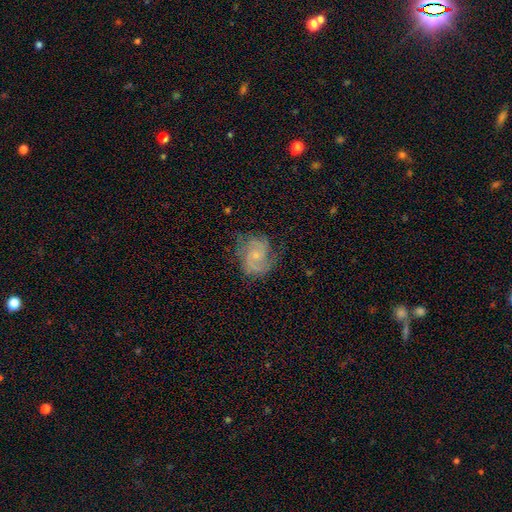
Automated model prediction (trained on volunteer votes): Q: Smooth or featured?
A: featured or disk (80%); runner-up: smooth (13%)
Q: Edge-on disk?
A: no (98%); runner-up: yes (2%)
Q: Bar?
A: no (66%); runner-up: weak (30%)
Q: Spiral arms?
A: yes (95%); runner-up: no (5%)
Q: Spiral winding?
A: medium (47%); runner-up: tight (37%)
Q: Spiral arm count?
A: 2 (66%); runner-up: can't tell (13%)
Q: Bulge size?
A: small (67%); runner-up: moderate (24%)
Q: Merging?
A: none (69%); runner-up: minor disturbance (20%)